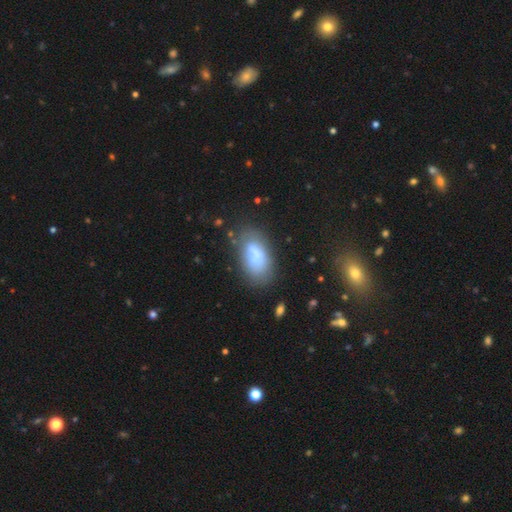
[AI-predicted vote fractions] Smooth or featured: smooth — 69% (featured or disk — 21%)
How rounded: in between — 91% (round — 5%)
Merging: none — 55% (minor disturbance — 24%)